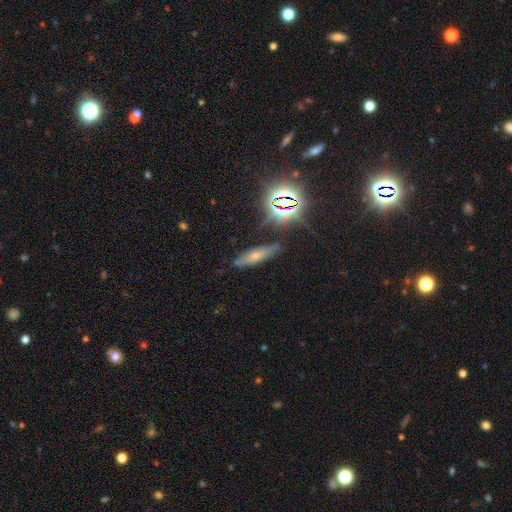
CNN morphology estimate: Smooth or featured: smooth — 49% (featured or disk — 29%)
Merging: none — 78% (minor disturbance — 15%)